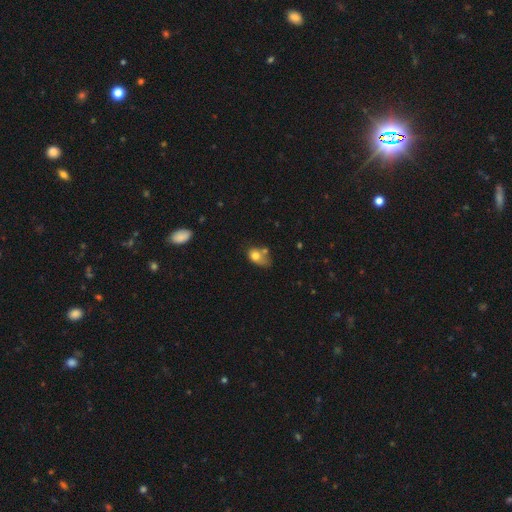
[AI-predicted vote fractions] A smooth galaxy with no disk features (73%) that is in between round and cigar-shaped (67%).

Vote fractions:
- Smooth or featured? smooth: 73% / featured or disk: 16% / star or artifact: 10%
- How rounded? in between: 67% / round: 31% / cigar-shaped: 2%
- Merging? none: 30% / merger: 27% / minor disturbance: 26% / major disturbance: 17%